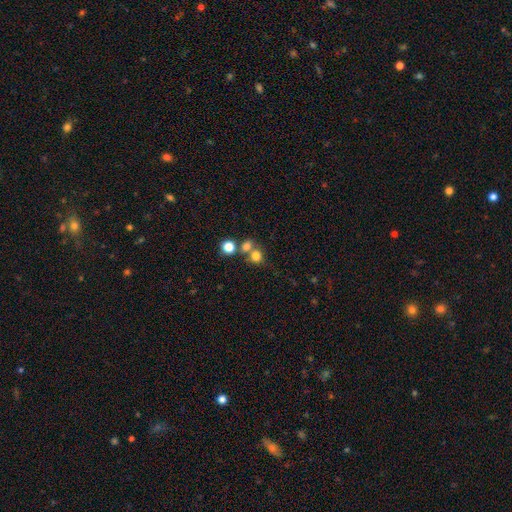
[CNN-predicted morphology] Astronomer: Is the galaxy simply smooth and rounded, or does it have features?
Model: smooth — 76%.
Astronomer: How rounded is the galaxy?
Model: round — 80%.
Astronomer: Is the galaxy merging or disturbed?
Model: none — 48% (runner-up: merger, 39%).